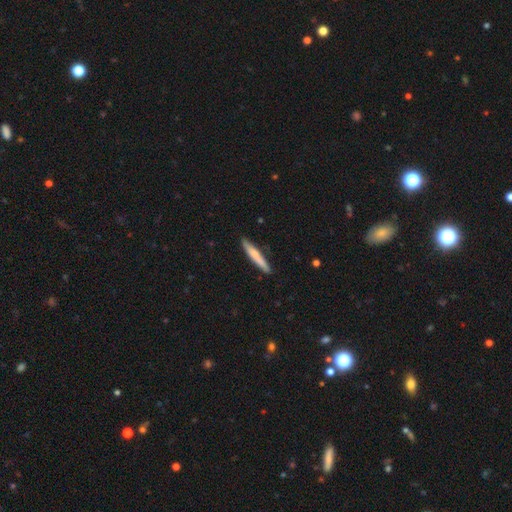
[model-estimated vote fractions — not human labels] smooth-or-featured: smooth: 65% | featured or disk: 30% | star or artifact: 5%
  how-rounded: cigar-shaped: 94% | in between: 5% | round: 1%
  merging: none: 89% | minor disturbance: 9% | major disturbance: 1% | merger: 1%